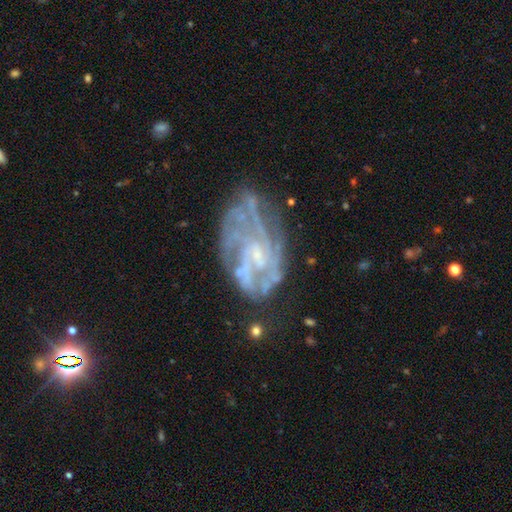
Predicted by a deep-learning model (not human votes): featured or disk 83%, smooth 9%, star or artifact 8%. Down the decision tree: edge-on disk — no (97%); bar — no (57%); spiral arms — yes (86%); spiral arm count — can't tell (41%); spiral winding — tight (49%); bulge size — small (58%); merging — none (56%).